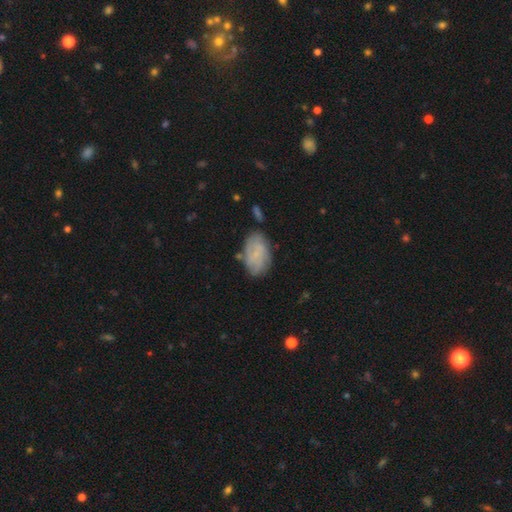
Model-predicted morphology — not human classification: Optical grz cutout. It shows a smooth galaxy with no disk features (51%) that is in between round and cigar-shaped (92%). Merging: none (65%).